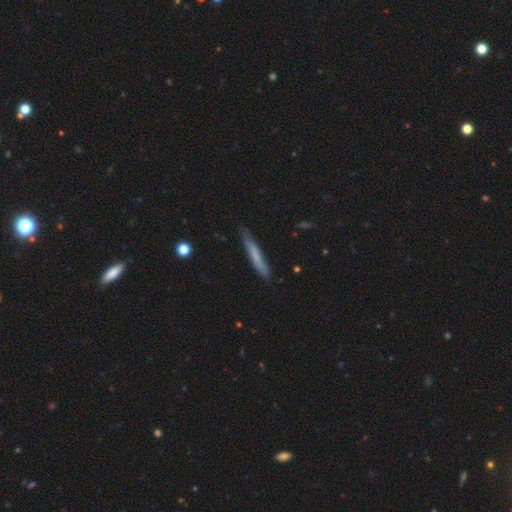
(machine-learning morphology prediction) This is likely a smooth galaxy (63%). How rounded: clearly cigar-shaped (95%). Merging: clearly none (80%).